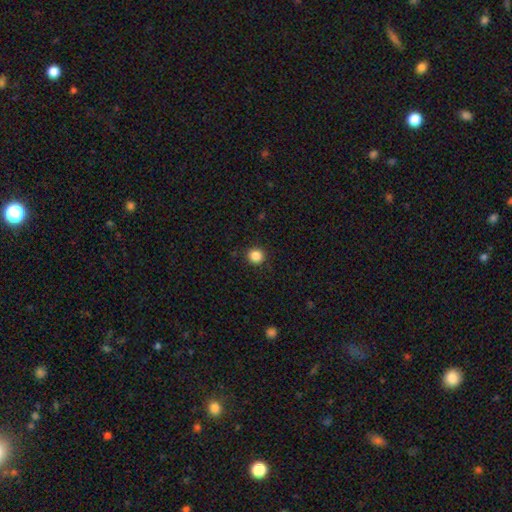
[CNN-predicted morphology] This is clearly a smooth galaxy (85%). How rounded: clearly round (94%). Merging: clearly none (92%).